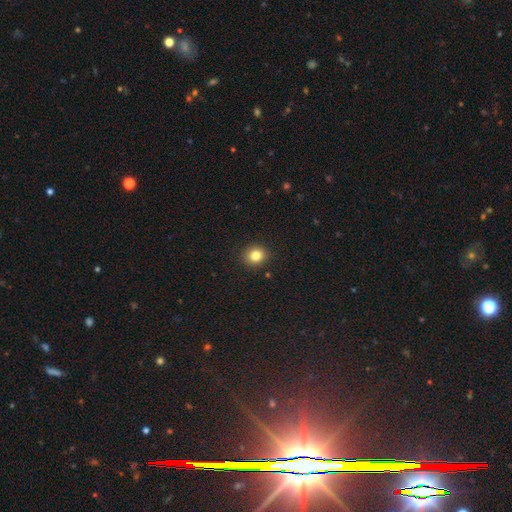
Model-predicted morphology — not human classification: smooth-or-featured: smooth: 82% | star or artifact: 11% | featured or disk: 6%
  how-rounded: round: 80% | in between: 19% | cigar-shaped: 1%
  merging: none: 91% | minor disturbance: 6% | major disturbance: 2% | merger: 1%